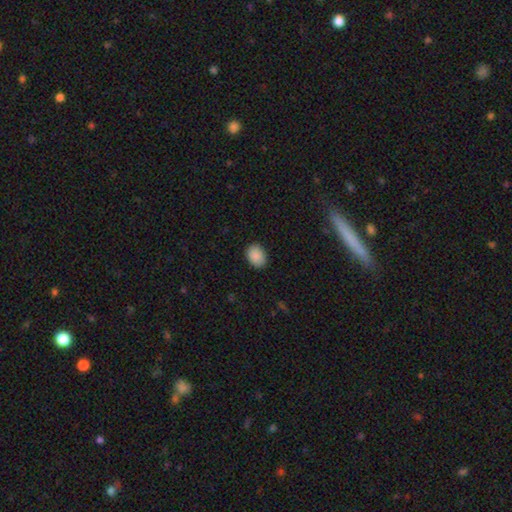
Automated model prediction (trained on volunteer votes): This is clearly a smooth galaxy (89%). How rounded: likely in between (67%). Merging: clearly none (86%).